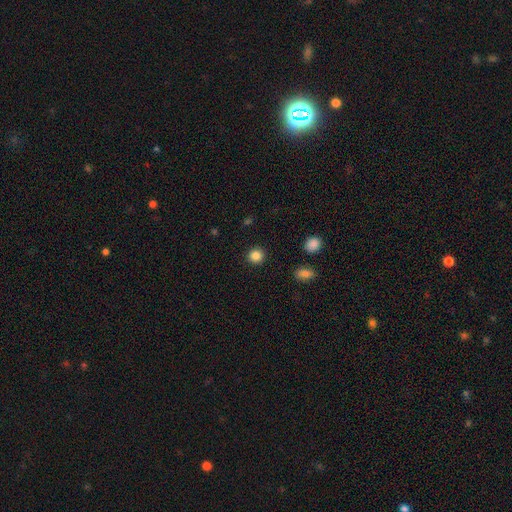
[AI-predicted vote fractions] Overall: smooth (86%). How rounded: round (94%). Merging: none (92%).